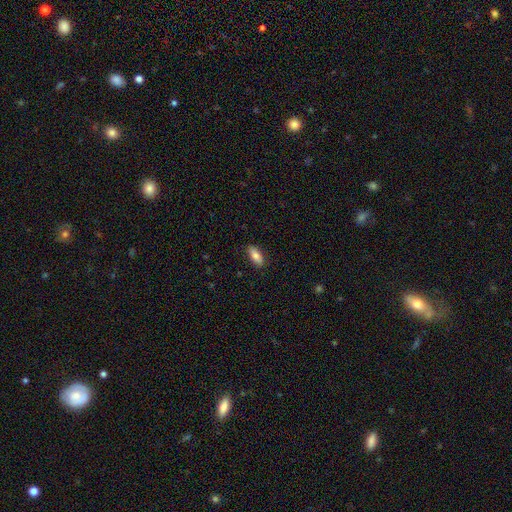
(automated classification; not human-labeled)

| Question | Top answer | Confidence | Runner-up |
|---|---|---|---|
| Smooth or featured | smooth | 78% | featured or disk (16%) |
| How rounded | in between | 80% | cigar-shaped (18%) |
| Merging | none | 88% | minor disturbance (9%) |